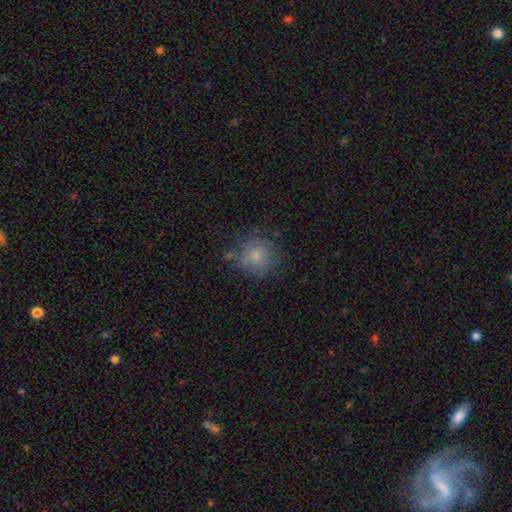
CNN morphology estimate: smooth-or-featured: smooth: 76% | featured or disk: 14% | star or artifact: 10%
  how-rounded: round: 89% | in between: 10% | cigar-shaped: 1%
  merging: none: 69% | minor disturbance: 19% | major disturbance: 7% | merger: 4%